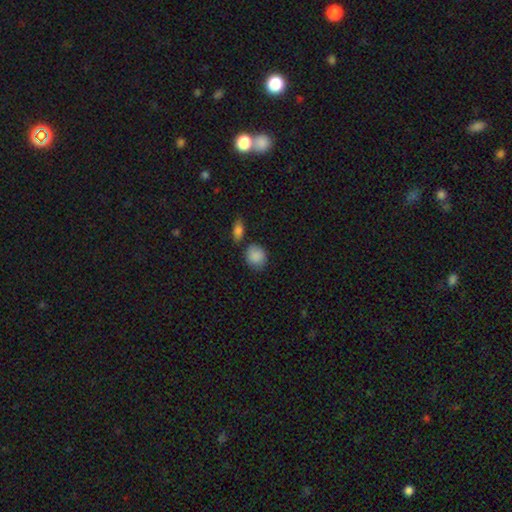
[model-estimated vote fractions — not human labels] smooth 89%, star or artifact 7%, featured or disk 4%. Down the decision tree: how rounded — round (72%); merging — none (73%).